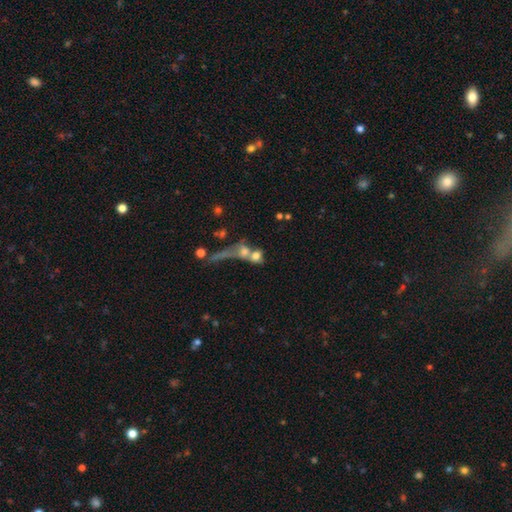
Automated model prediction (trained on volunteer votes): Smooth or featured?
  - smooth: 63% *
  - featured or disk: 24%
  - star or artifact: 14%
How rounded?
  - round: 56% *
  - in between: 37%
  - cigar-shaped: 7%
Merging?
  - merger: 60% *
  - none: 20%
  - major disturbance: 13%
  - minor disturbance: 7%